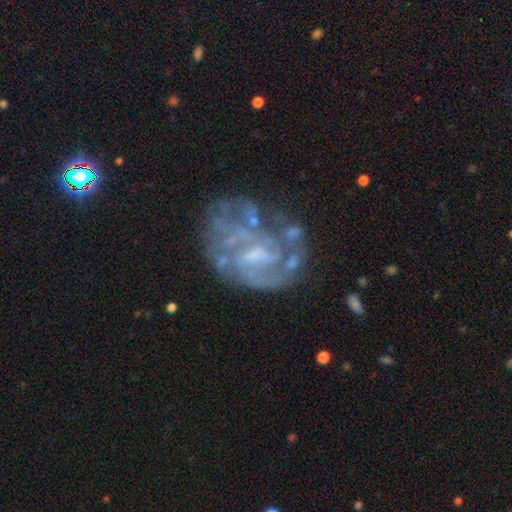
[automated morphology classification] smooth_or_featured: featured or disk (p=0.81) [alt: smooth p=0.11]
disk_edge_on: no (p=0.98) [alt: yes p=0.02]
bar: weak (p=0.49) [alt: no p=0.37]
has_spiral_arms: yes (p=0.70) [alt: no p=0.30]
spiral_winding: tight (p=0.42) [alt: medium p=0.39]
spiral_arm_count: can't tell (p=0.47) [alt: 2 p=0.21]
bulge_size: small (p=0.38) [alt: none p=0.31]
merging: none (p=0.46) [alt: major disturbance p=0.26]